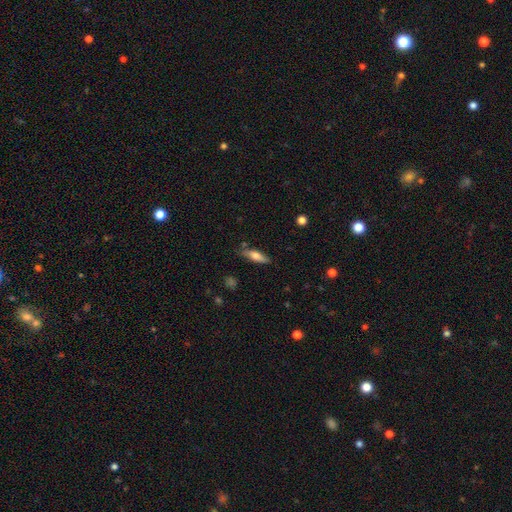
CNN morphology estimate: The model was most divided on "how rounded": cigar-shaped: 57%, in between: 41%, round: 2%. More confident: merging — none (76%); smooth or featured — smooth (66%).